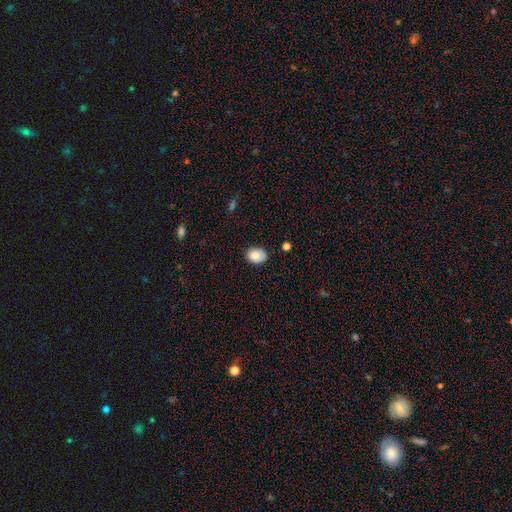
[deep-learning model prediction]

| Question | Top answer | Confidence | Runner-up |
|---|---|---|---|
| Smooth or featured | smooth | 80% | featured or disk (12%) |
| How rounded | in between | 62% | round (37%) |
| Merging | none | 71% | minor disturbance (23%) |